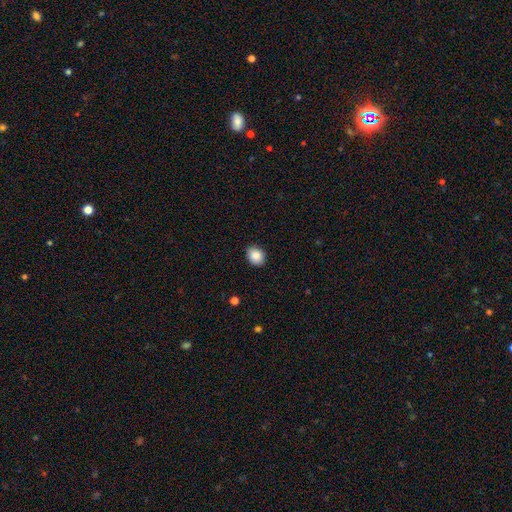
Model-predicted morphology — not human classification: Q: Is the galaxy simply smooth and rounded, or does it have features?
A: smooth — 88%.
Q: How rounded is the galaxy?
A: round — 50%.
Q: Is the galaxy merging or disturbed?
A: none — 88%.